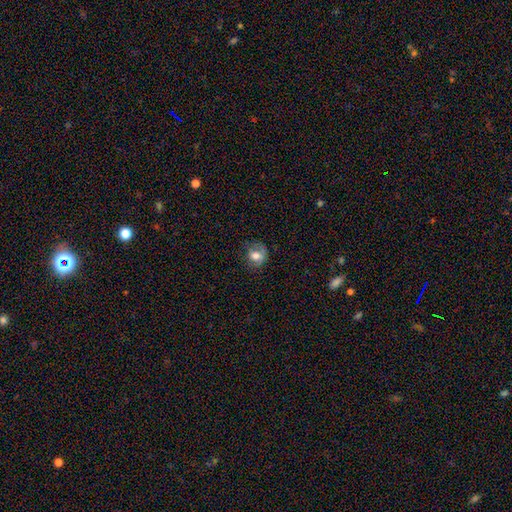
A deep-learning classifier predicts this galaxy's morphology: This is likely a smooth galaxy (67%). How rounded: likely round (63%). Merging: possibly none (58%).